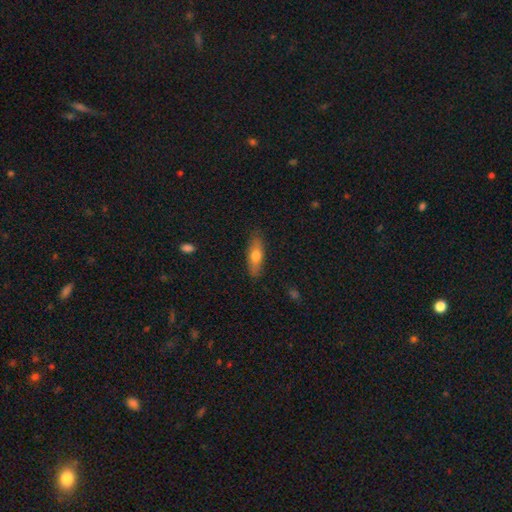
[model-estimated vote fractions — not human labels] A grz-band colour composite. It shows a smooth galaxy with no disk features (66%) that is in between round and cigar-shaped (52%). Merging: none (86%).